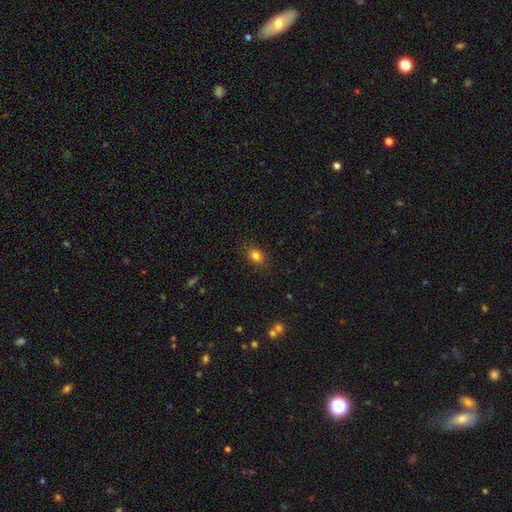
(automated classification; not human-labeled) Smooth or featured: smooth — 82% (star or artifact — 12%)
How rounded: in between — 60% (round — 38%)
Merging: none — 85% (minor disturbance — 11%)